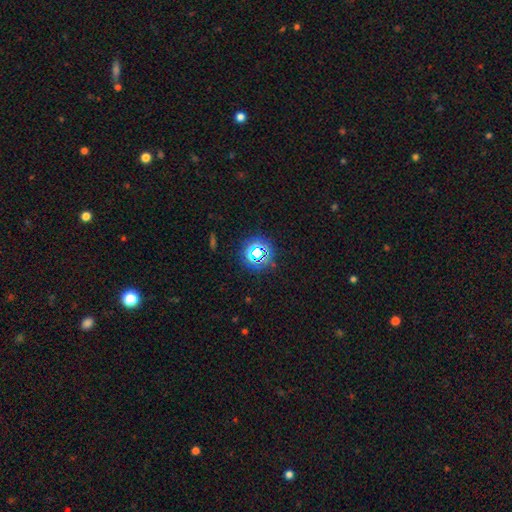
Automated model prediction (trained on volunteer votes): Q: Smooth or featured?
A: star or artifact (66%); runner-up: smooth (24%)